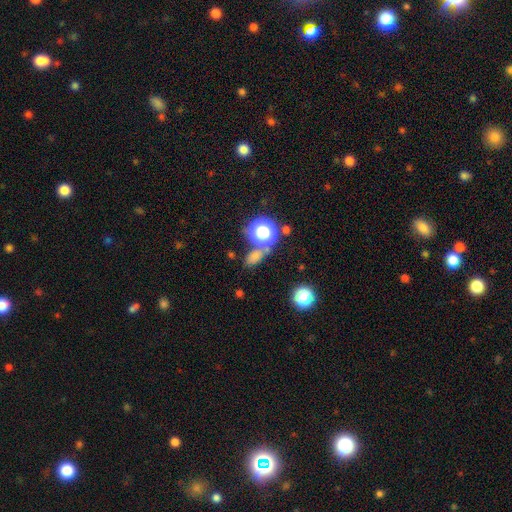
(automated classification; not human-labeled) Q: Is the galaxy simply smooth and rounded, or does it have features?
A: smooth — 65%.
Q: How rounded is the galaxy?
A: in between — 59%.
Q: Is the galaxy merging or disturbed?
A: none — 61%.